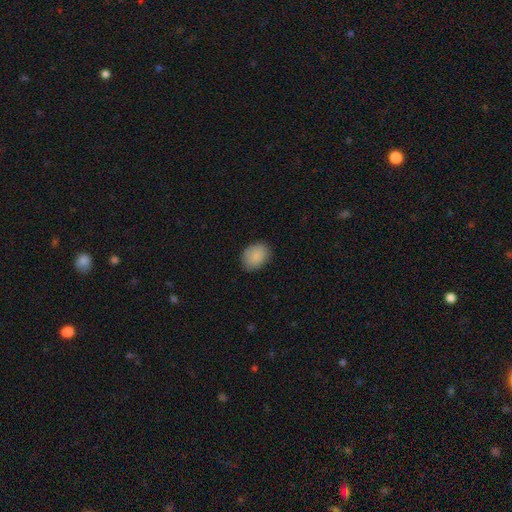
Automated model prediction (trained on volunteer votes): Smooth or featured?
  - smooth: 89% *
  - star or artifact: 7%
  - featured or disk: 4%
How rounded?
  - in between: 65% *
  - round: 34%
  - cigar-shaped: 1%
Merging?
  - none: 83% *
  - minor disturbance: 14%
  - major disturbance: 3%
  - merger: 1%